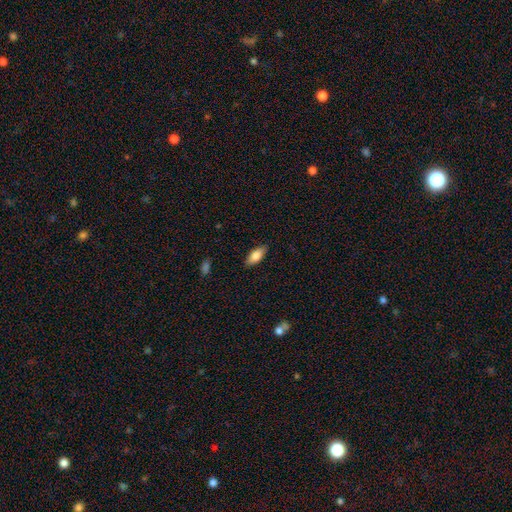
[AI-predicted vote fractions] This is clearly a smooth galaxy (81%). How rounded: clearly in between (81%). Merging: clearly none (87%).